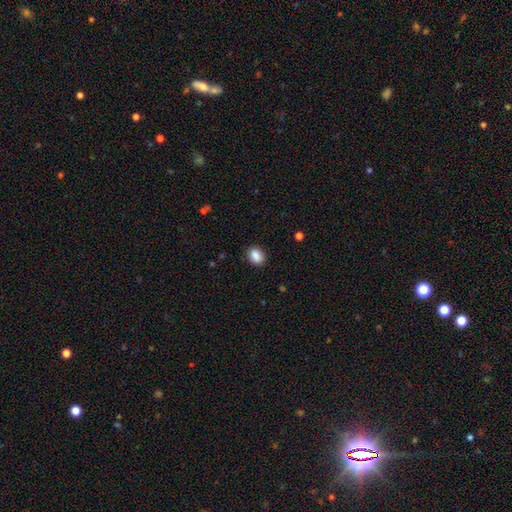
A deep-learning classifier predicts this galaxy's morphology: This appears to be a smooth galaxy with no disk features (88%) that is in between round and cigar-shaped (68%). Merging: none (87%).